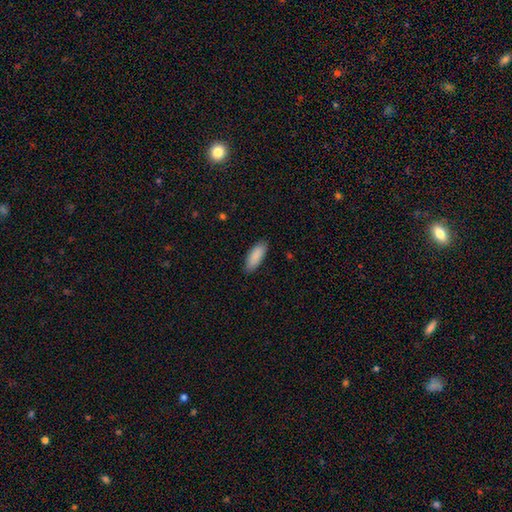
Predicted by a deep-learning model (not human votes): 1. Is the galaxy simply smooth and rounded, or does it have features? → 90% smooth, 5% star or artifact, 4% featured or disk.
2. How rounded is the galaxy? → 76% in between, 22% cigar-shaped, 1% round.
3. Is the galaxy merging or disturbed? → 86% none, 11% minor disturbance, 2% major disturbance, 1% merger.